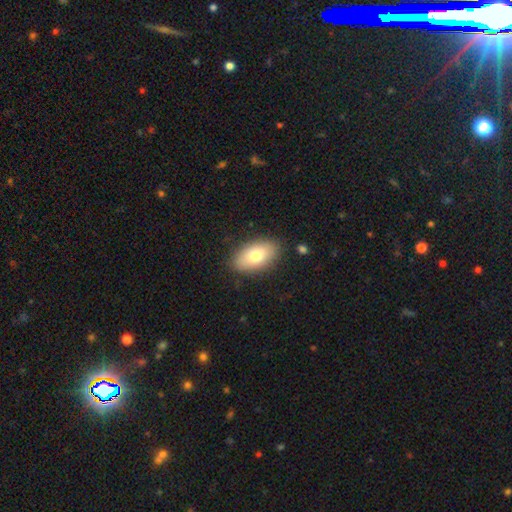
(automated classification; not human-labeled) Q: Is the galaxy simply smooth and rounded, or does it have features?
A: smooth — 75%.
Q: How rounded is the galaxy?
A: in between — 93%.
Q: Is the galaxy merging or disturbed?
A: none — 86%.